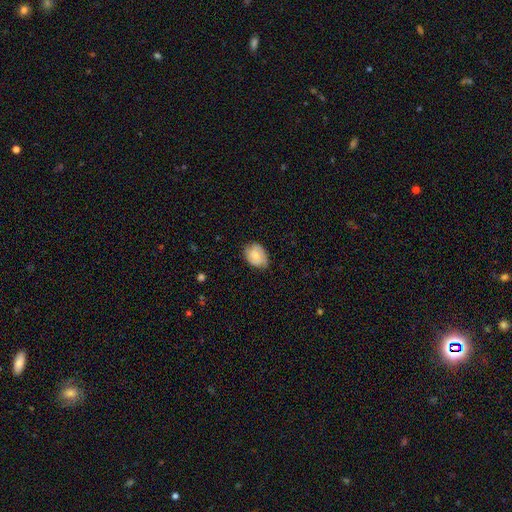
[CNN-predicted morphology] Smooth or featured? smooth (61%)
How rounded? in between (68%)
Merging? none (69%)